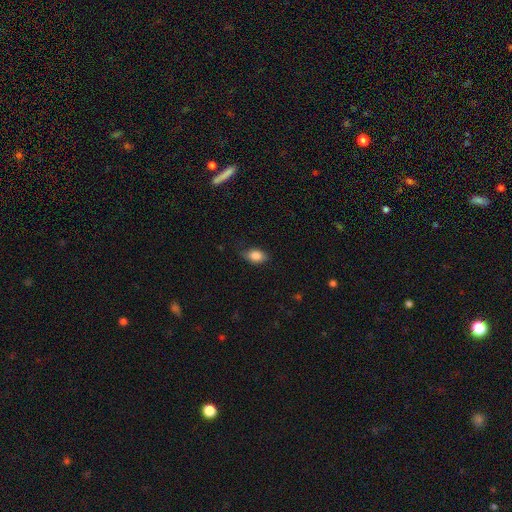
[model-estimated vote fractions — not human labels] A smooth galaxy with no disk features (84%) that is in between round and cigar-shaped (85%). Merging: none (70%).